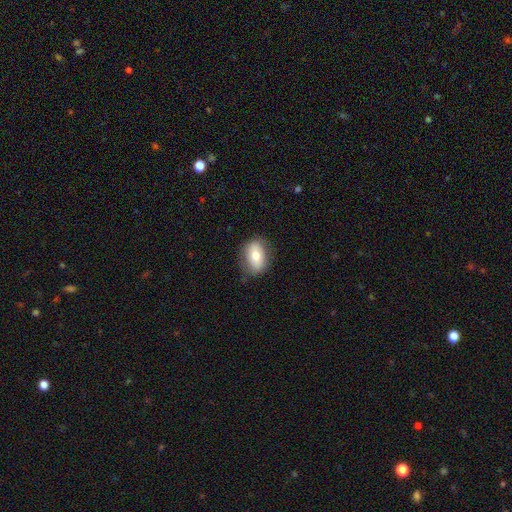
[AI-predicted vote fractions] This appears to be a smooth galaxy with no disk features (71%) that is in between round and cigar-shaped (80%). Merging: none (77%).